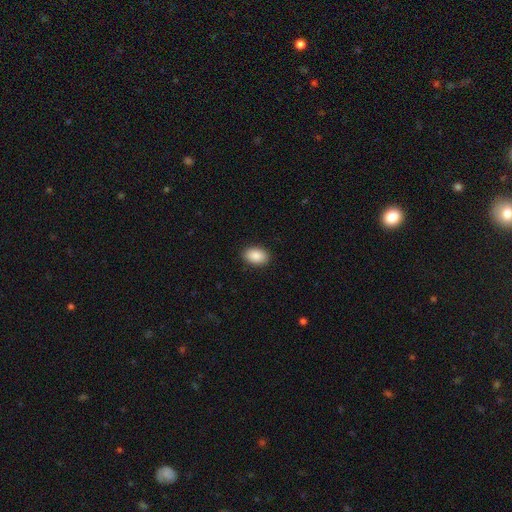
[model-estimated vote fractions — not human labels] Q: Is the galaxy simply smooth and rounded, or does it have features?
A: smooth — 89%.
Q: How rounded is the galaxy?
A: in between — 89%.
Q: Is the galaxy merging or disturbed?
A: none — 90%.